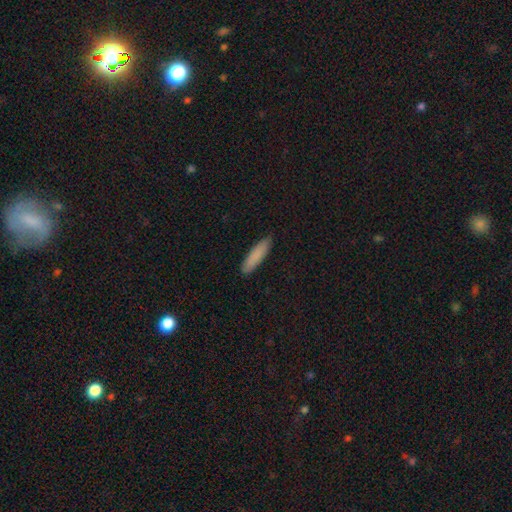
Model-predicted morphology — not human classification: This appears to be a smooth galaxy with no disk features (86%) that is cigar-shaped (78%). Merging: none (88%).